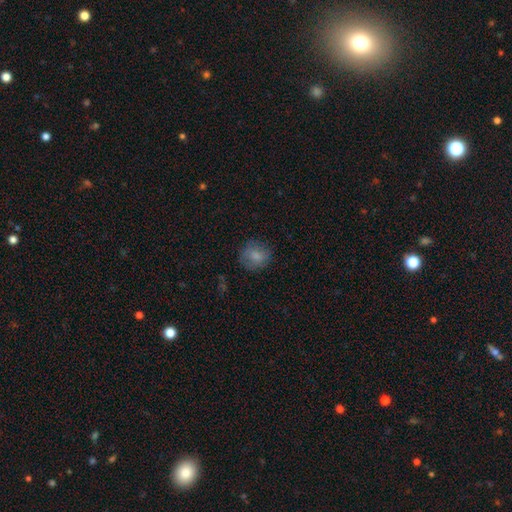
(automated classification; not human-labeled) This appears to be a smooth galaxy with no disk features (79%) that is round (79%). Merging: none (77%).